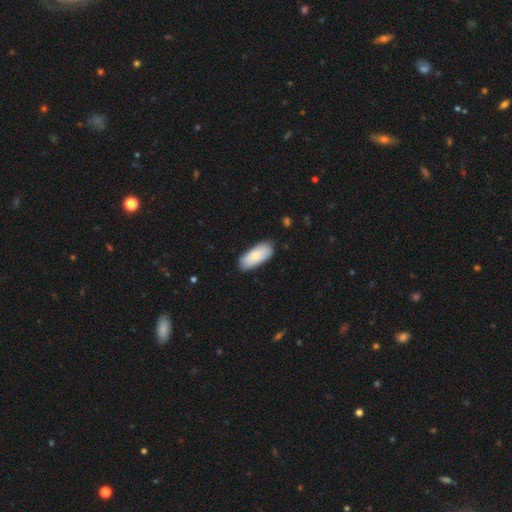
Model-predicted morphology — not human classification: Smooth or featured? Predicted: smooth (p=0.77). How rounded? Predicted: in between (p=0.88). Merging? Predicted: none (p=0.80).